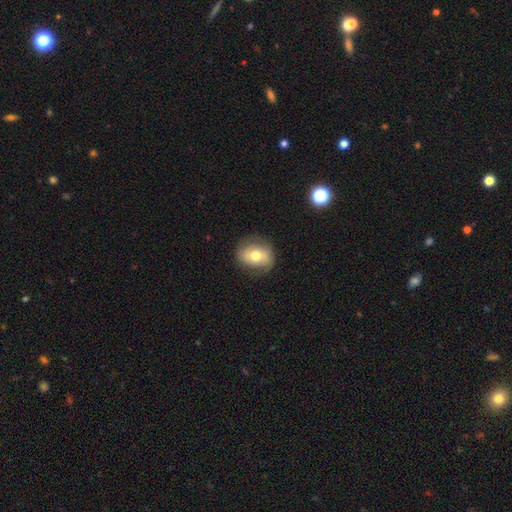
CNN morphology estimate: A smooth galaxy with no disk features (59%) that is in between round and cigar-shaped (51%). Merging: none (78%).